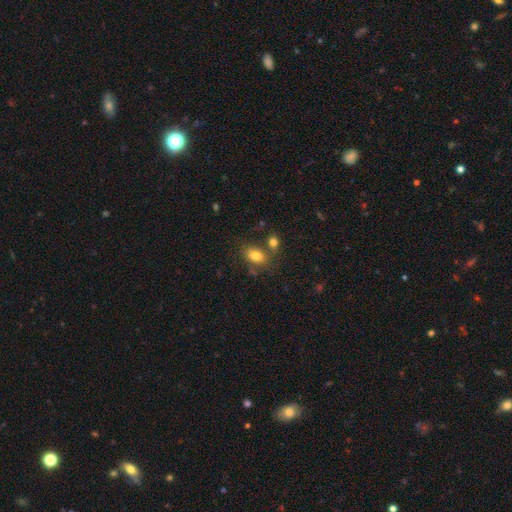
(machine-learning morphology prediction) Overall: smooth (79%). How rounded: in between (81%). Merging: none (61%).